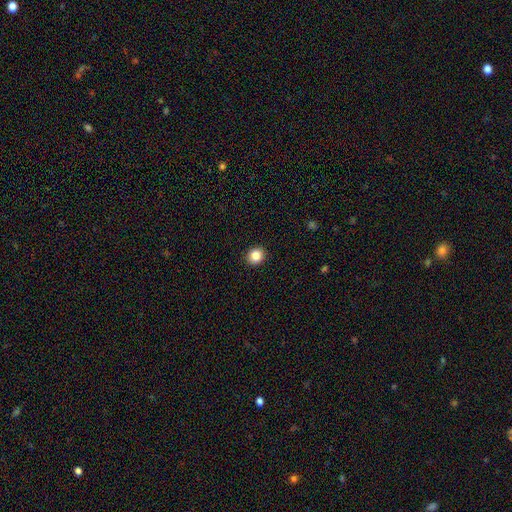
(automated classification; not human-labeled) This is clearly a smooth galaxy (84%). How rounded: clearly round (83%). Merging: clearly none (93%).